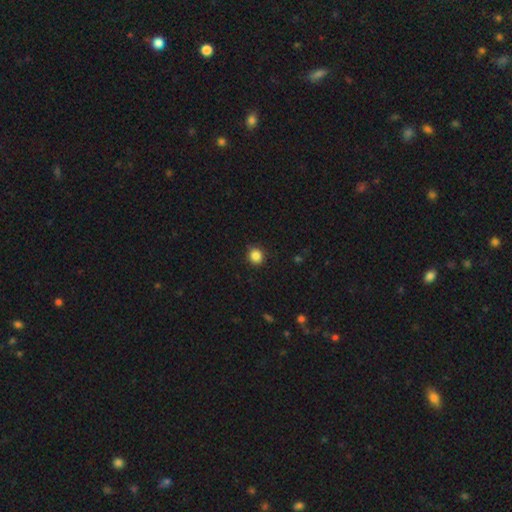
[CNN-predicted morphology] smooth 86%, star or artifact 11%, featured or disk 3%. Down the decision tree: how rounded — round (90%); merging — none (90%).